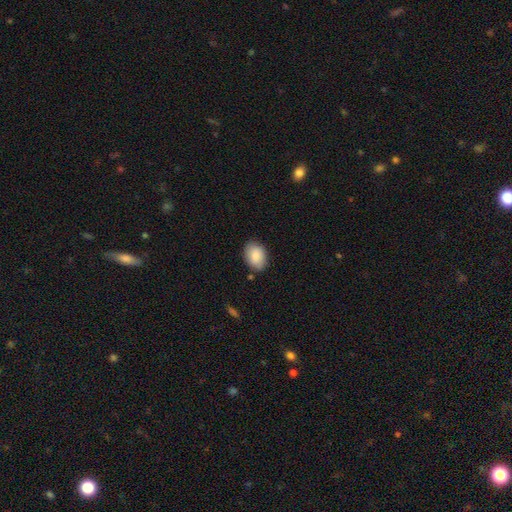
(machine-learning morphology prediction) Smooth or featured?
  - smooth: 87% *
  - featured or disk: 7%
  - star or artifact: 7%
How rounded?
  - in between: 82% *
  - round: 17%
  - cigar-shaped: 1%
Merging?
  - none: 80% *
  - minor disturbance: 15%
  - major disturbance: 3%
  - merger: 2%